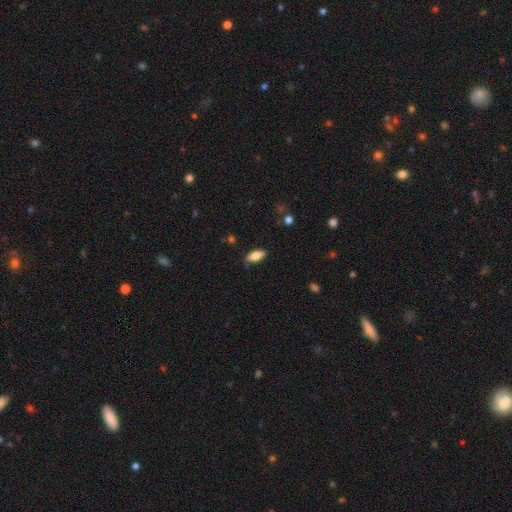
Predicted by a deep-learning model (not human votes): smooth 74%, featured or disk 19%, star or artifact 7%. Down the decision tree: how rounded — in between (81%); merging — none (82%).